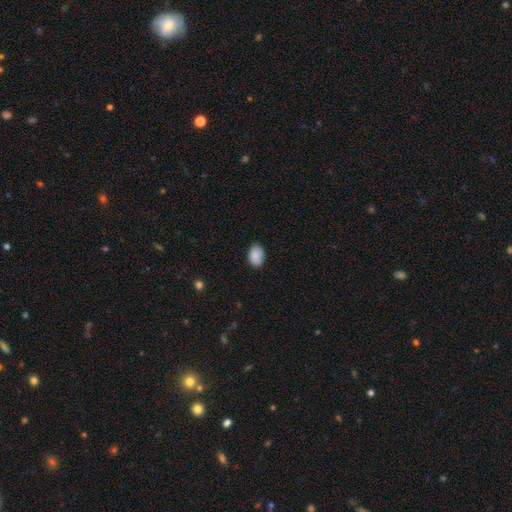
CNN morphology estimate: Smooth or featured: smooth — 87% (star or artifact — 7%)
How rounded: in between — 83% (round — 16%)
Merging: none — 80% (minor disturbance — 17%)